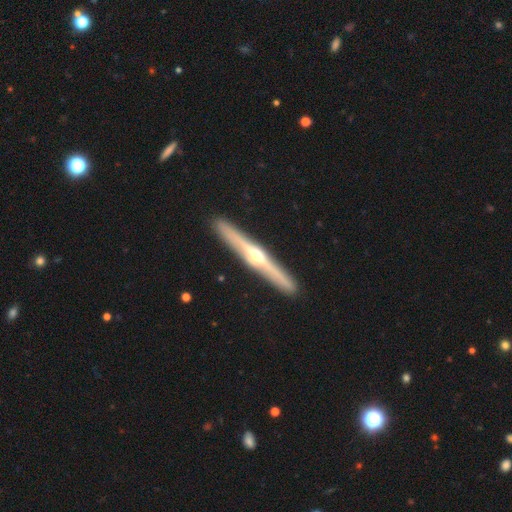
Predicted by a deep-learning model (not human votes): This appears to be a featured or disk galaxy (78%) viewed edge-on (98%) with a rounded central bulge (90%). Merging: none (92%).